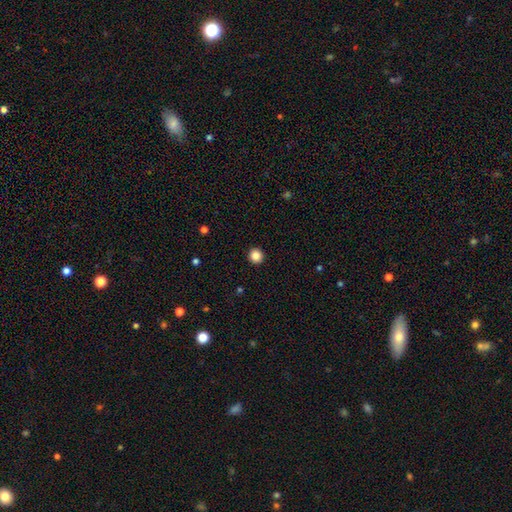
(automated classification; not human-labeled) This is clearly a smooth galaxy (86%). How rounded: clearly round (95%). Merging: clearly none (94%).